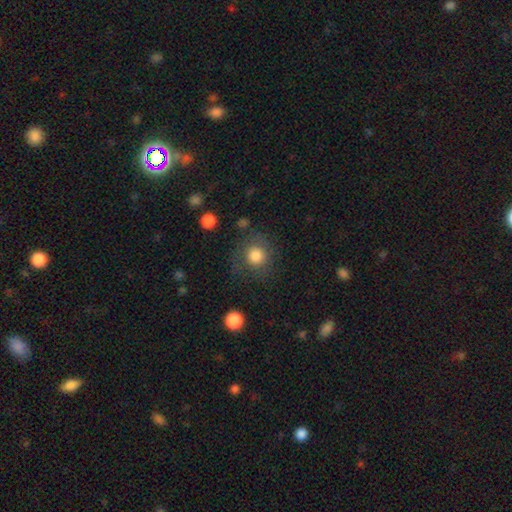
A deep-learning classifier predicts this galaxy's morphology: Smooth or featured?
  - smooth: 81% *
  - star or artifact: 10%
  - featured or disk: 9%
How rounded?
  - round: 91% *
  - in between: 9%
  - cigar-shaped: 1%
Merging?
  - none: 76% *
  - minor disturbance: 13%
  - major disturbance: 9%
  - merger: 3%